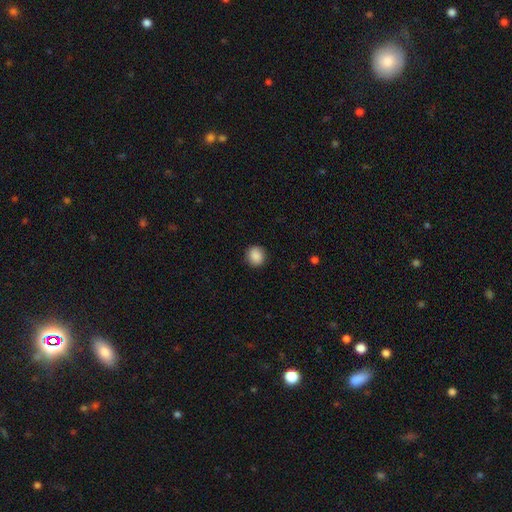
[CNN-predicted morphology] This appears to be a smooth galaxy with no disk features (89%) that is round (86%). Merging: none (89%).